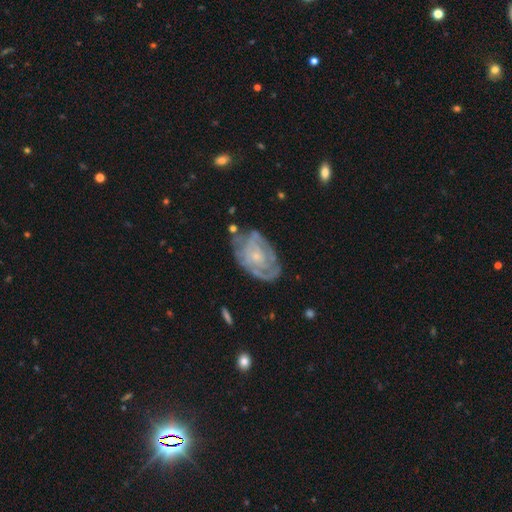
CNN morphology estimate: This appears to be a featured or disk galaxy (76%) with no bar (77%), tight (63%) spiral arms (80%) and a small central bulge (70%). Merging: none (63%).